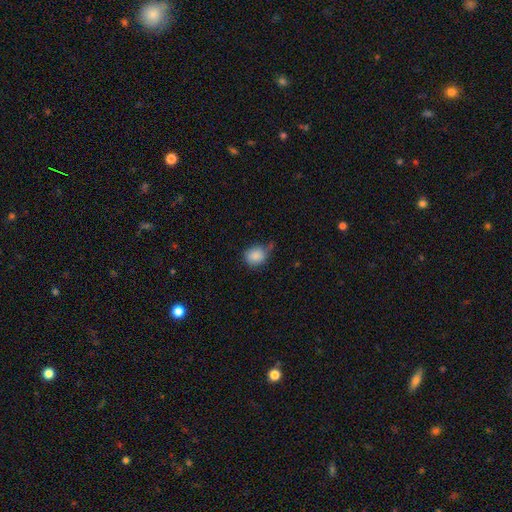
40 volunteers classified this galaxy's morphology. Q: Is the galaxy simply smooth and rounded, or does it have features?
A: smooth — 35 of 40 (88%).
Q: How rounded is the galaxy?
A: round — 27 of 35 (77%).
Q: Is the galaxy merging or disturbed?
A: none — 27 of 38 (71%).